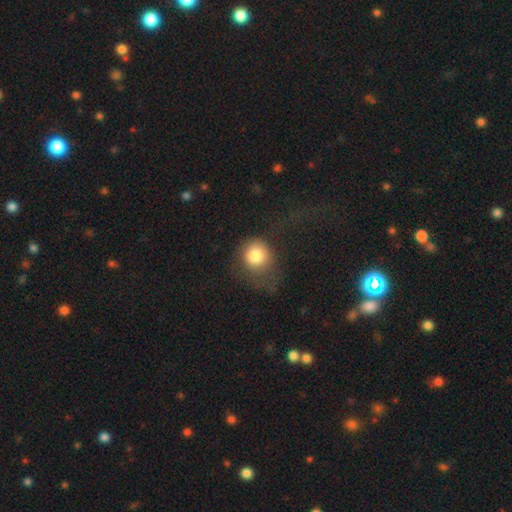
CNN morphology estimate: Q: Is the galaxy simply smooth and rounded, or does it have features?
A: smooth — 82%.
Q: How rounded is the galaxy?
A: round — 80%.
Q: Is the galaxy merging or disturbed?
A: none — 43%.